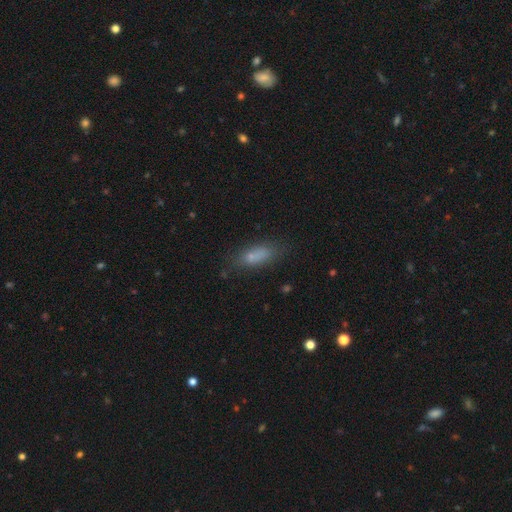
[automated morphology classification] This appears to be a smooth galaxy with no disk features (77%) that is in between round and cigar-shaped (68%). Merging: none (70%).